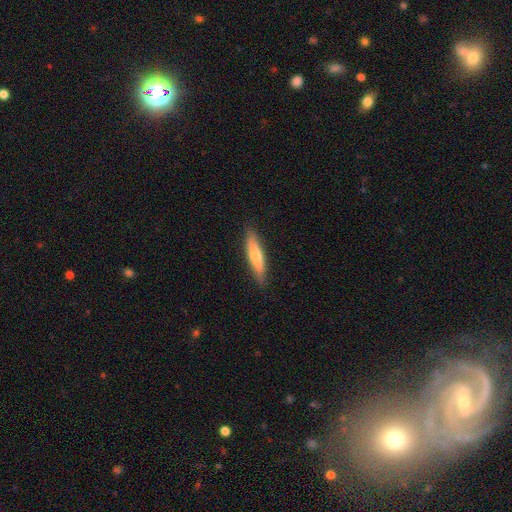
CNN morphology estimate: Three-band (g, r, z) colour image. It shows a smooth galaxy with no disk features (67%) that is cigar-shaped (82%). Merging: none (86%).